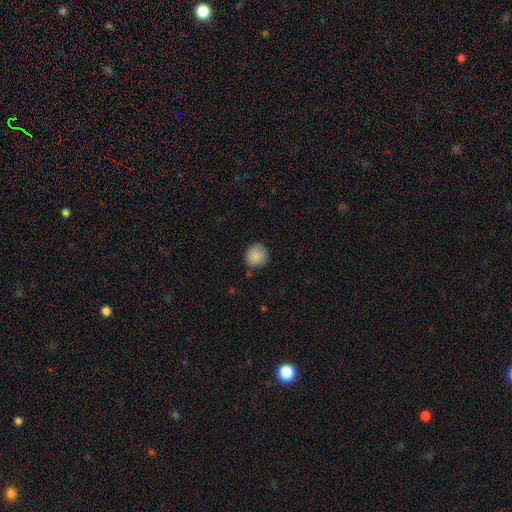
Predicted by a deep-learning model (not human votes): This appears to be a smooth galaxy with no disk features (88%) that is round (89%). Merging: none (80%).